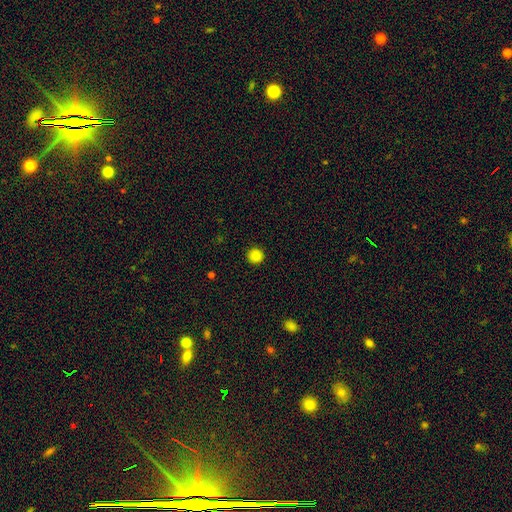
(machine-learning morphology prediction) smooth-or-featured: smooth: 86% | star or artifact: 11% | featured or disk: 3%
  how-rounded: round: 95% | in between: 4% | cigar-shaped: 1%
  merging: none: 93% | minor disturbance: 5% | major disturbance: 2% | merger: 1%